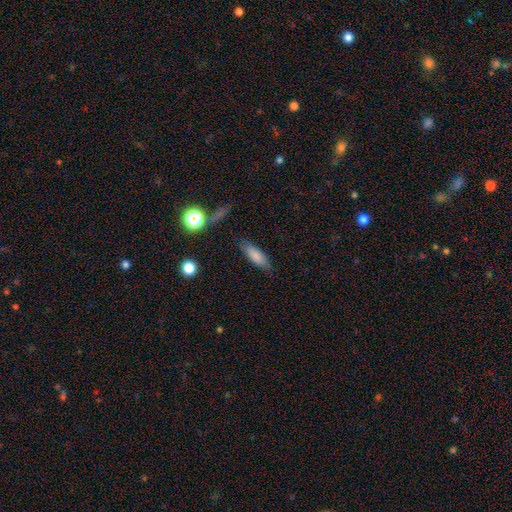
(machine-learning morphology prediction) smooth 81%, featured or disk 10%, star or artifact 9%. Down the decision tree: how rounded — in between (53%); merging — none (82%).